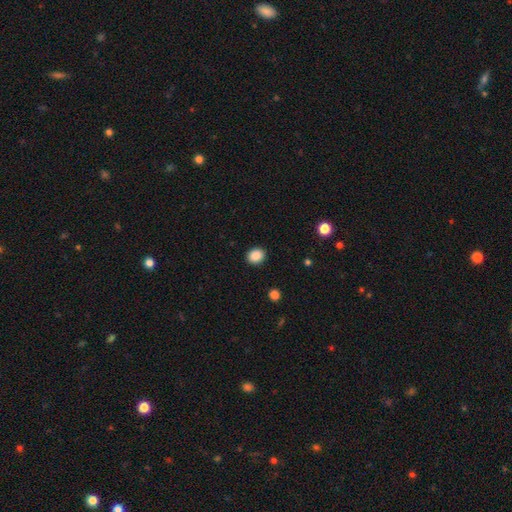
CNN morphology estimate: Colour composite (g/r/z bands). It shows a smooth galaxy with no disk features (88%) that is round (66%). Merging: none (91%).